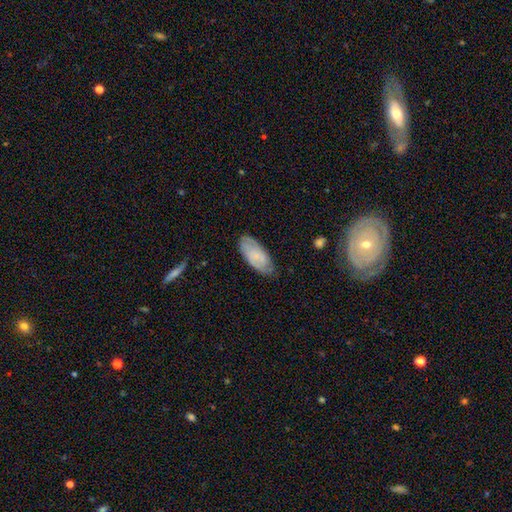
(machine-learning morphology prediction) smooth-or-featured: smooth: 53% | featured or disk: 39% | star or artifact: 8%
  how-rounded: in between: 89% | cigar-shaped: 9% | round: 2%
  merging: none: 72% | minor disturbance: 21% | major disturbance: 5% | merger: 1%